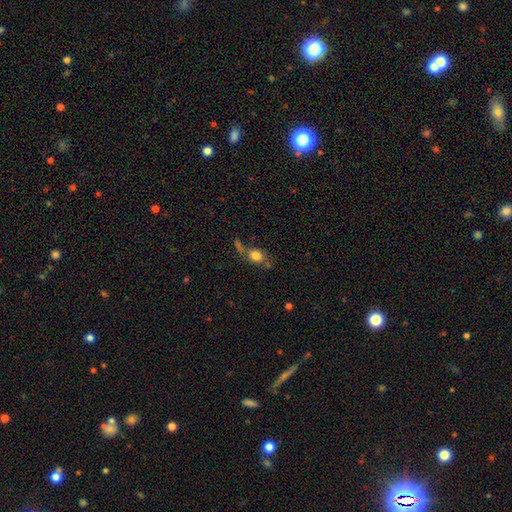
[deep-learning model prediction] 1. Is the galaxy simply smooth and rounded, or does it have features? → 73% smooth, 16% featured or disk, 11% star or artifact.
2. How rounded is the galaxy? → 56% in between, 40% round, 5% cigar-shaped.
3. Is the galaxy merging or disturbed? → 46% none, 21% merger, 20% minor disturbance, 13% major disturbance.